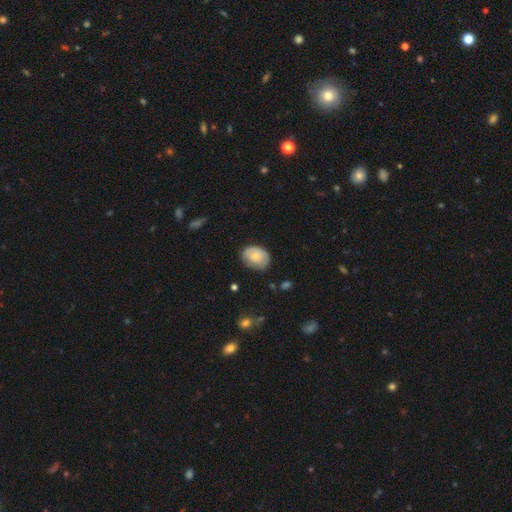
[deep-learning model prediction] A smooth galaxy with no disk features (70%) that is in between round and cigar-shaped (62%).

Vote fractions:
- Smooth or featured? smooth: 70% / featured or disk: 23% / star or artifact: 7%
- How rounded? in between: 62% / round: 37% / cigar-shaped: 1%
- Merging? none: 66% / minor disturbance: 27% / major disturbance: 6% / merger: 1%